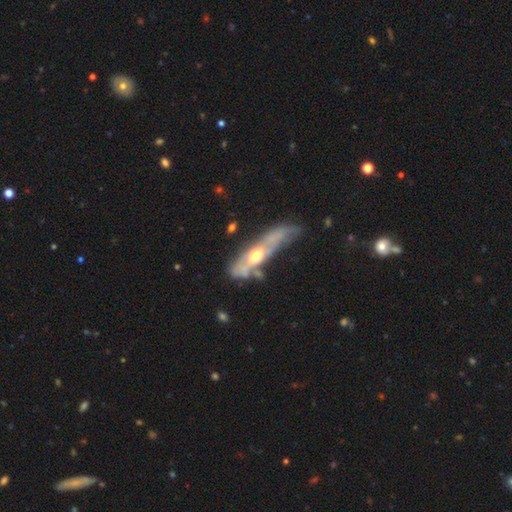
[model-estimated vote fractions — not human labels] smooth-or-featured: featured or disk: 63% | smooth: 32% | star or artifact: 6%
  disk-edge-on: no: 54% | yes: 46%
  merging: none: 37% | minor disturbance: 29% | major disturbance: 24% | merger: 11%